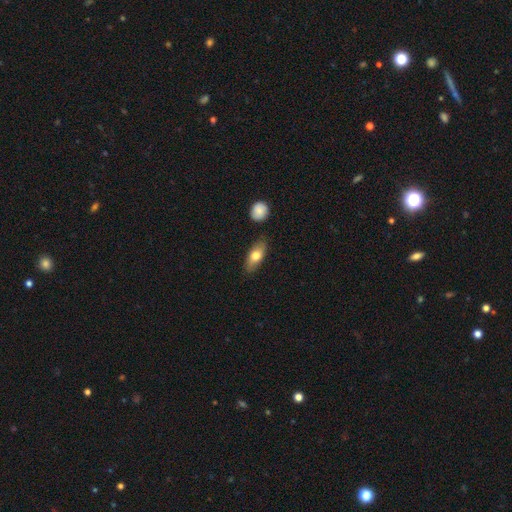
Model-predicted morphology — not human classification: A smooth galaxy with no disk features (72%) that is in between round and cigar-shaped (79%). Merging: none (82%).